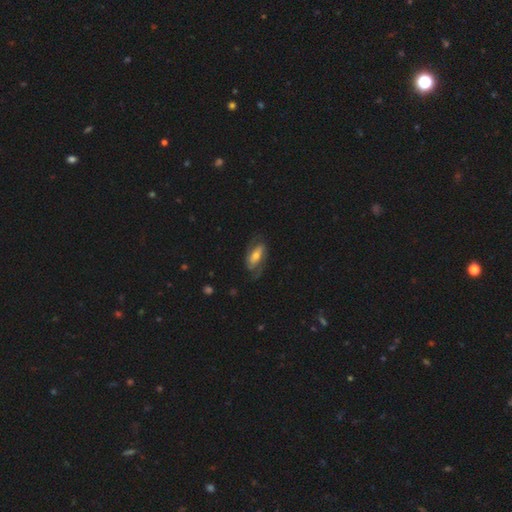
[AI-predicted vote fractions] A featured or disk galaxy (66%) with no bar (35%), 2 (82%) medium (44%) spiral arms (87%) and a moderate central bulge (54%). Merging: none (66%).